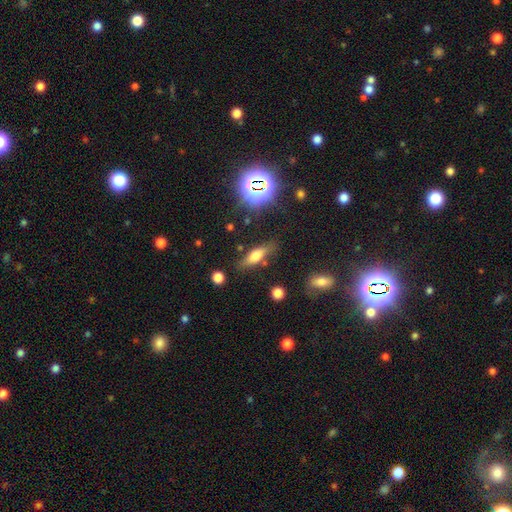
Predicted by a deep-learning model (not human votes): Smooth or featured? Predicted: smooth (p=0.55). How rounded? Predicted: in between (p=0.50). Merging? Predicted: none (p=0.75).